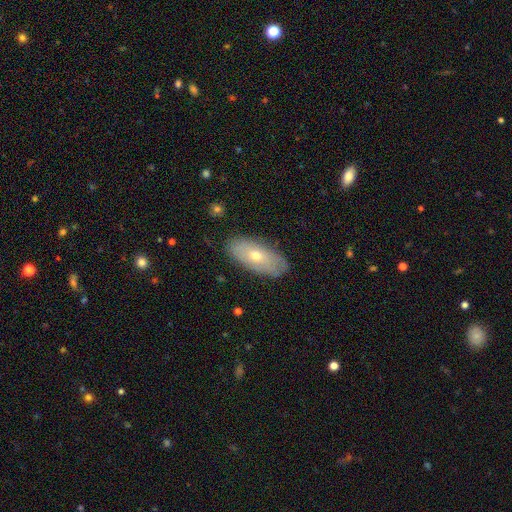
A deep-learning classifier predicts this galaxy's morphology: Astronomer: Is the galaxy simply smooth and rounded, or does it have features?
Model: smooth — 52% (runner-up: featured or disk, 40%).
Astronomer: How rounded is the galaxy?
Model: in between — 86%.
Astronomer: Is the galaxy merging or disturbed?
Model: none — 84%.